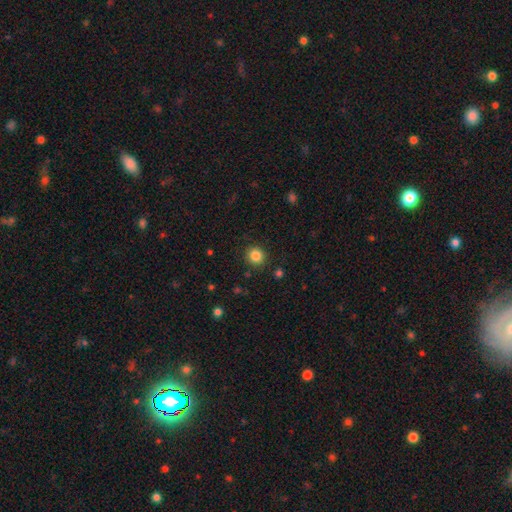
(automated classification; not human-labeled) This appears to be a smooth galaxy with no disk features (85%) that is round (92%). Merging: none (90%).